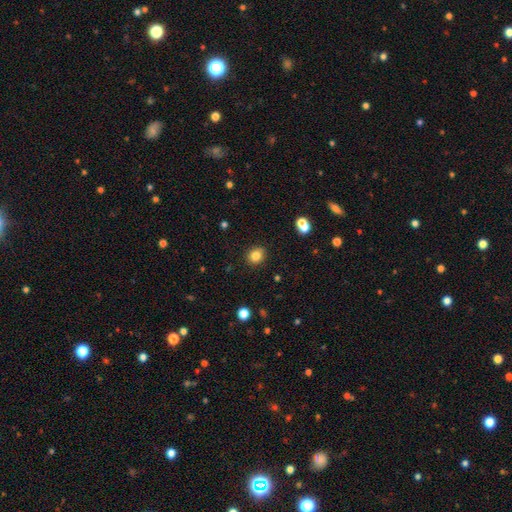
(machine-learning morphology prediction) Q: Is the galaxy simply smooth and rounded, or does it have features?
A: smooth — 83%.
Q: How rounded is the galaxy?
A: round — 76%.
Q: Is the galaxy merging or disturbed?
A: none — 89%.